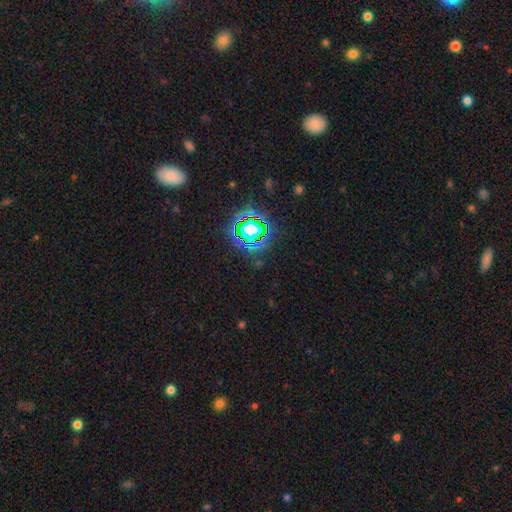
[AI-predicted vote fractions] A star or artifact, not a galaxy (79%).